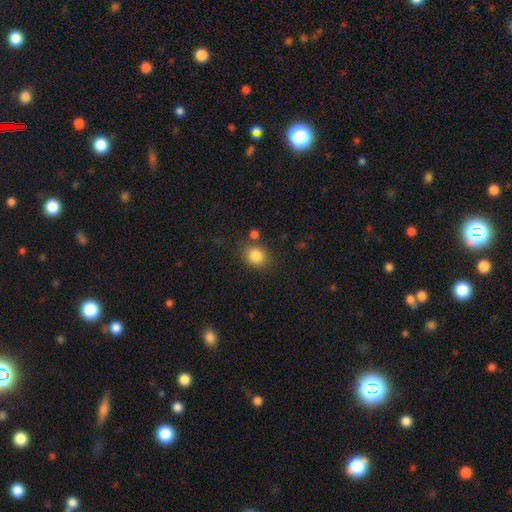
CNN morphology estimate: Overall: smooth (85%). How rounded: round (66%; in between 33%). Merging: none (76%).